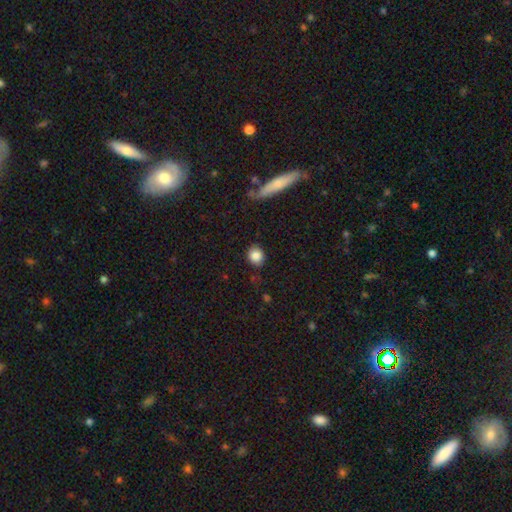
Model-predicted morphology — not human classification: smooth_or_featured: smooth (p=0.85) [alt: star or artifact p=0.09]
how_rounded: round (p=0.72) [alt: in between p=0.26]
merging: none (p=0.84) [alt: minor disturbance p=0.11]